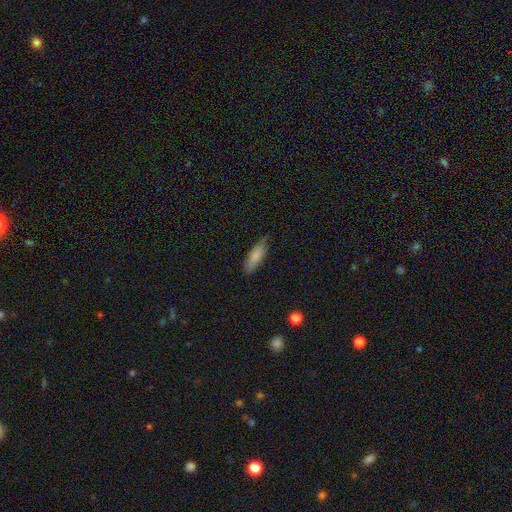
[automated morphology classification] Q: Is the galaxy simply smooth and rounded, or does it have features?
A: smooth — 82%.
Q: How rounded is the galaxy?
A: in between — 50%.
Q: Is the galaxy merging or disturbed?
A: none — 77%.